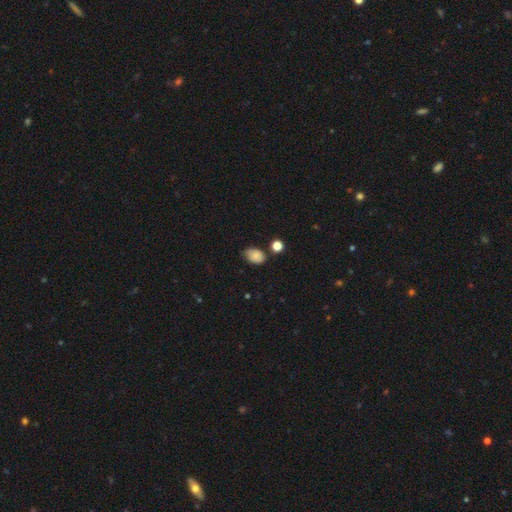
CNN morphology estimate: Q: Smooth or featured?
A: smooth (82%); runner-up: star or artifact (10%)
Q: How rounded?
A: in between (78%); runner-up: round (21%)
Q: Merging?
A: none (60%); runner-up: minor disturbance (29%)